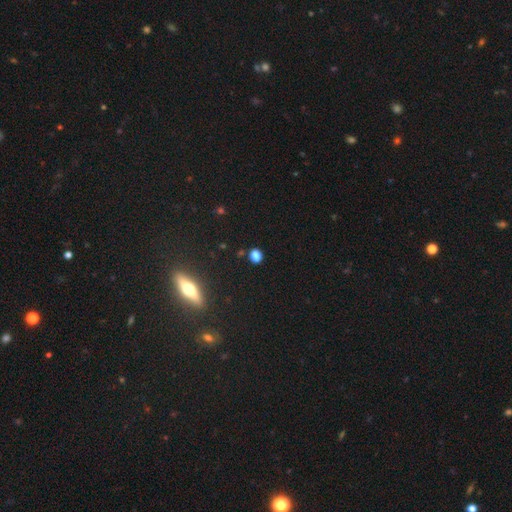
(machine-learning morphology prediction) Smooth or featured? smooth (77%)
How rounded? round (55%)
Merging? none (86%)